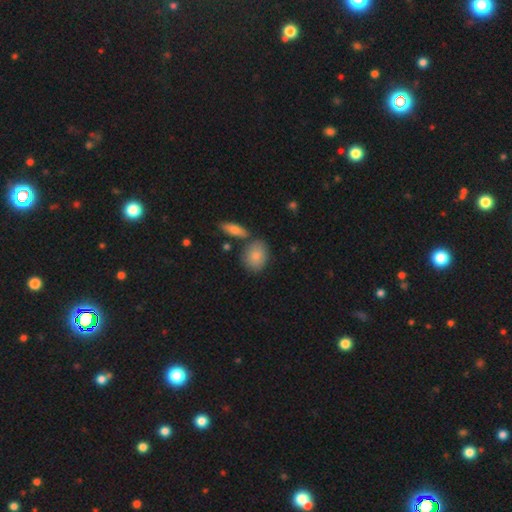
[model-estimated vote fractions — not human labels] This is clearly a smooth galaxy (82%). How rounded: possibly in between (58%). Merging: likely none (67%).